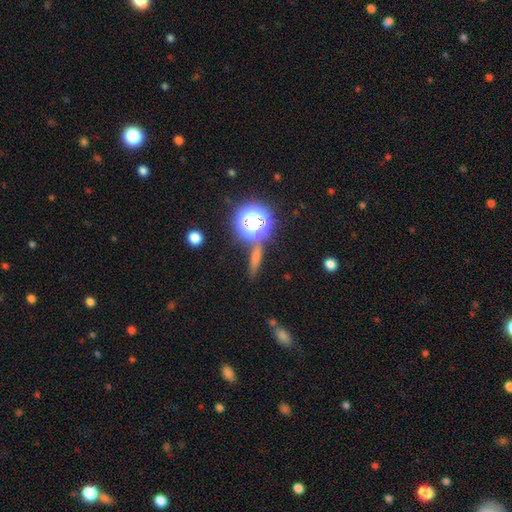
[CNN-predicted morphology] Smooth or featured? Predicted: star or artifact (p=0.41).